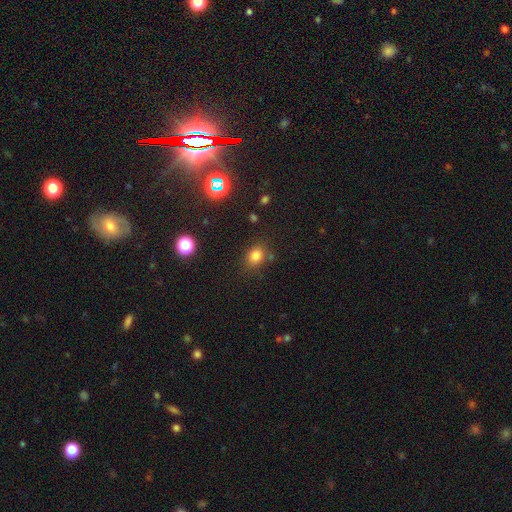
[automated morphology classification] smooth_or_featured: smooth (p=0.78) [alt: star or artifact p=0.16]
how_rounded: round (p=0.53) [alt: in between p=0.46]
merging: none (p=0.77) [alt: minor disturbance p=0.13]